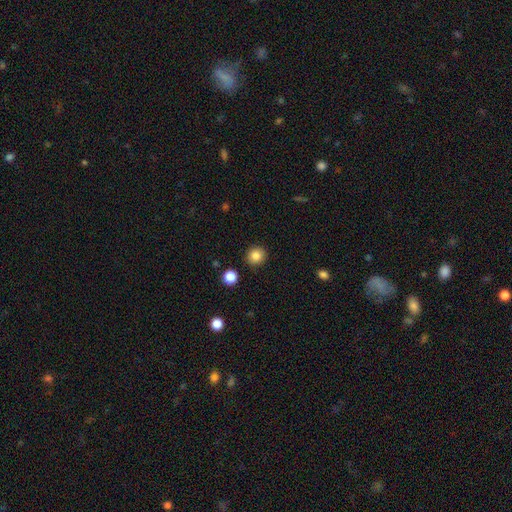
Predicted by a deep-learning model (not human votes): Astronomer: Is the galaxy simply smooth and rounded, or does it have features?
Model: smooth — 85%.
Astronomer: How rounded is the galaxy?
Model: round — 90%.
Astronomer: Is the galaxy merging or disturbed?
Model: none — 91%.